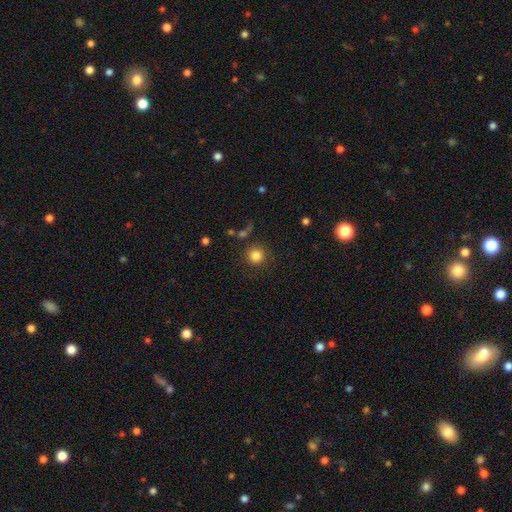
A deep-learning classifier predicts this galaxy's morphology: Q: Smooth or featured?
A: smooth (83%); runner-up: star or artifact (12%)
Q: How rounded?
A: round (94%); runner-up: in between (5%)
Q: Merging?
A: none (85%); runner-up: minor disturbance (8%)